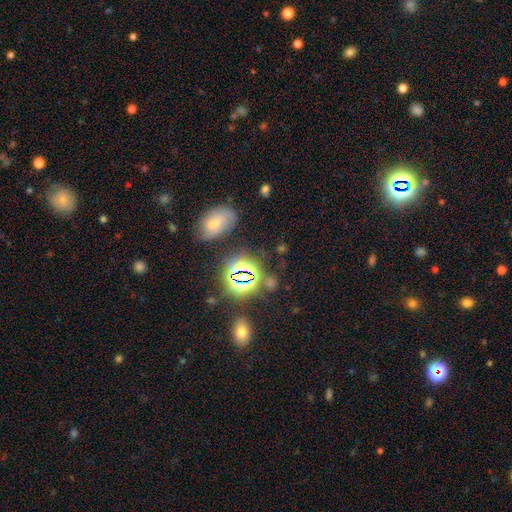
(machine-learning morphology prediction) The model was most divided on "smooth or featured": star or artifact: 63%, smooth: 27%, featured or disk: 11%.